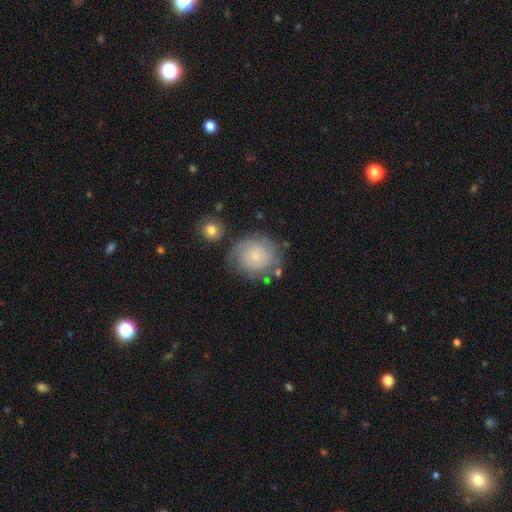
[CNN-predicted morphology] Smooth or featured? featured or disk (48%)
Merging? none (68%)